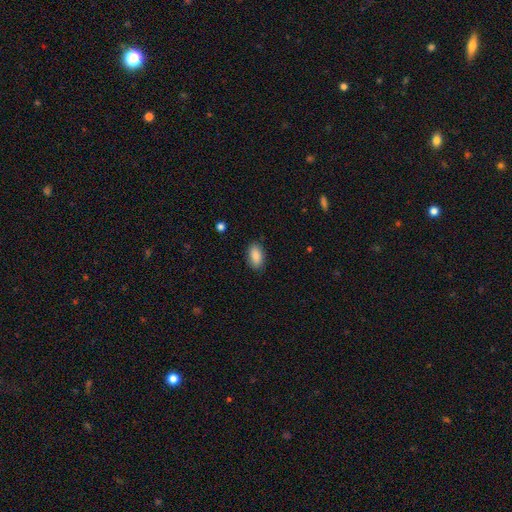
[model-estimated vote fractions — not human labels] Smooth or featured? Predicted: smooth (p=0.87). How rounded? Predicted: in between (p=0.92). Merging? Predicted: none (p=0.87).